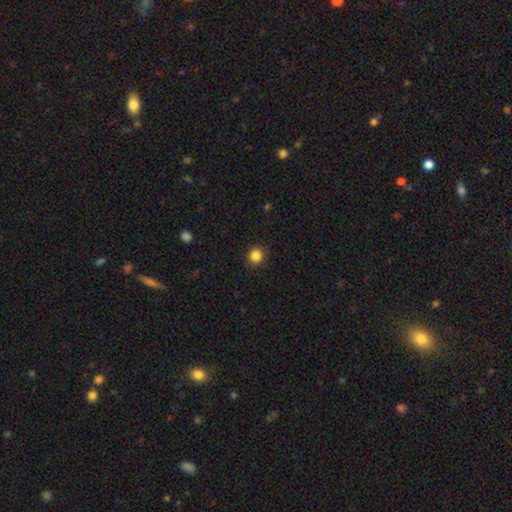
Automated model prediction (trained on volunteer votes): Q: Smooth or featured?
A: smooth (85%); runner-up: star or artifact (11%)
Q: How rounded?
A: round (90%); runner-up: in between (9%)
Q: Merging?
A: none (91%); runner-up: minor disturbance (6%)